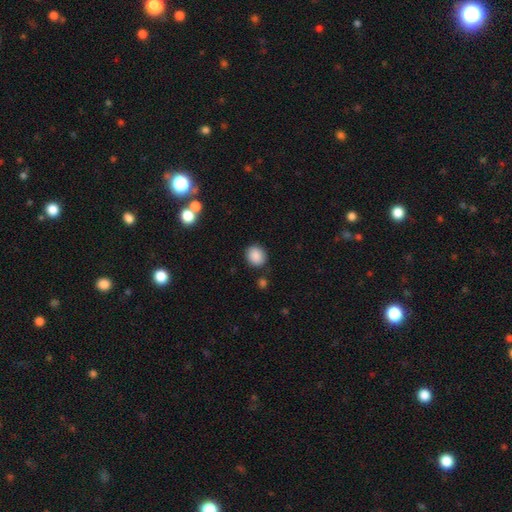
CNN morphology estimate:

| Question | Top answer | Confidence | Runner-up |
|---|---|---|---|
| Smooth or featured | smooth | 88% | star or artifact (8%) |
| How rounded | round | 69% | in between (30%) |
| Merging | none | 86% | minor disturbance (9%) |